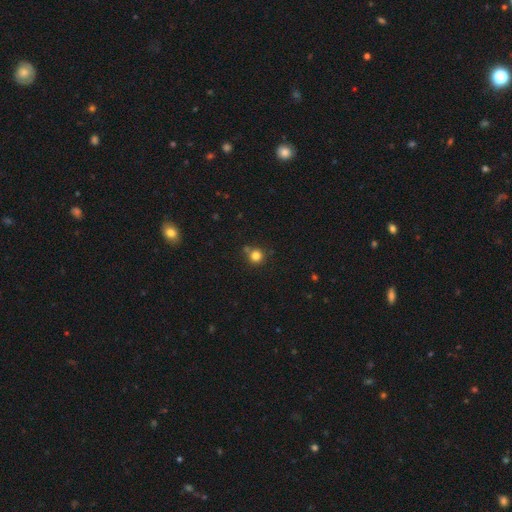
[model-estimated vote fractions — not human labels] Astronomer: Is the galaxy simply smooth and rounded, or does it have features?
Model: smooth — 80%.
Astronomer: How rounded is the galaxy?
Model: round — 92%.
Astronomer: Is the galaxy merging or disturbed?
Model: none — 74%.